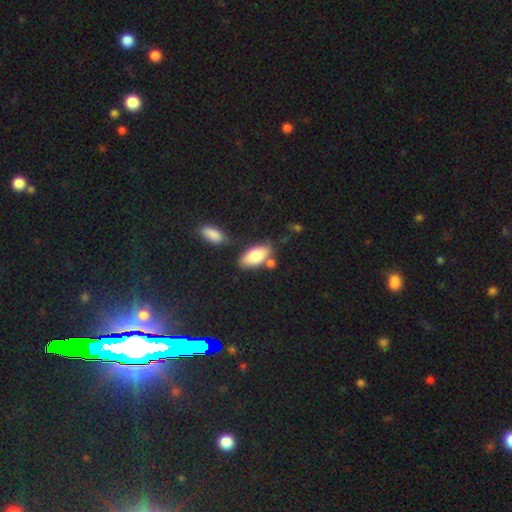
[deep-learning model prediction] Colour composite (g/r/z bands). It shows a smooth galaxy with no disk features (80%) that is in between round and cigar-shaped (90%). Merging: none (66%).